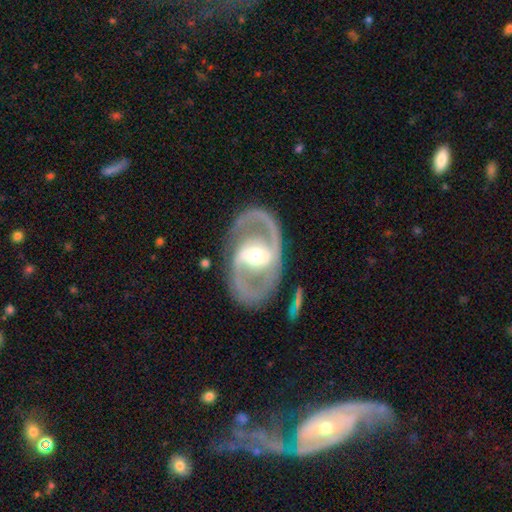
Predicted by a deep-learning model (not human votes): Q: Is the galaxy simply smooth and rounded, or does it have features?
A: featured or disk — 90%.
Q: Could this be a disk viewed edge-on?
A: no — 96%.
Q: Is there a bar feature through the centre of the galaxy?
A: strong — 46%.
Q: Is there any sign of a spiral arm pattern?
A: yes — 91%.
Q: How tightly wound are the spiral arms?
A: medium — 57%.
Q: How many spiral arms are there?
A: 2 — 91%.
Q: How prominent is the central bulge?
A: moderate — 65%.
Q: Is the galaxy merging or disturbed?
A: none — 83%.